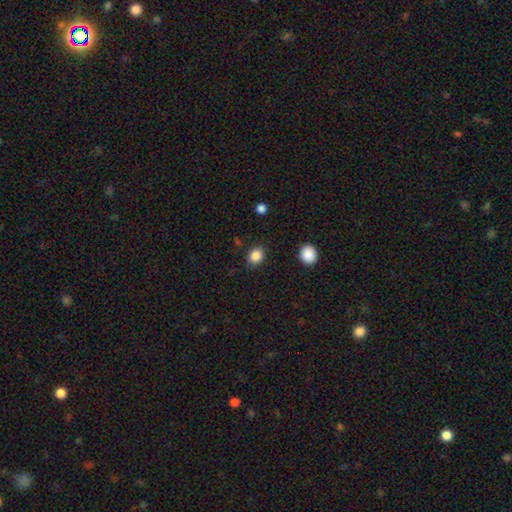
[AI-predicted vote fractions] smooth 86%, star or artifact 10%, featured or disk 4%. Down the decision tree: how rounded — round (60%); merging — none (83%).